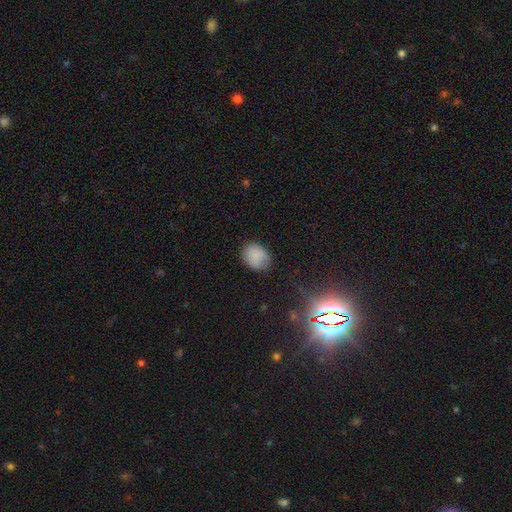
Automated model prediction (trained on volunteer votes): A smooth galaxy with no disk features (83%) that is in between round and cigar-shaped (55%).

Vote fractions:
- Smooth or featured? smooth: 83% / star or artifact: 9% / featured or disk: 7%
- How rounded? in between: 55% / round: 44% / cigar-shaped: 1%
- Merging? none: 75% / minor disturbance: 19% / major disturbance: 4% / merger: 1%